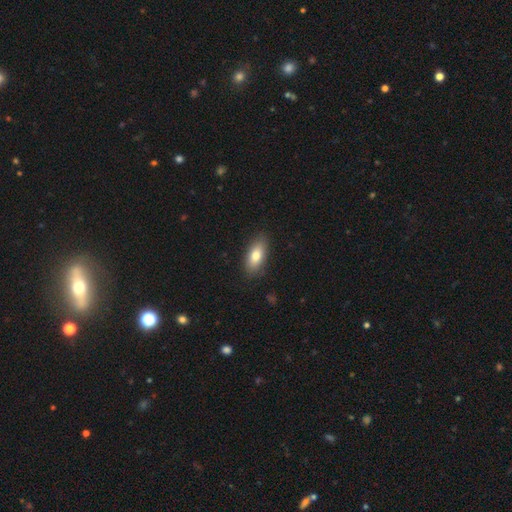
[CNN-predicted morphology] This appears to be a smooth galaxy with no disk features (79%) that is in between round and cigar-shaped (84%). Merging: none (84%).